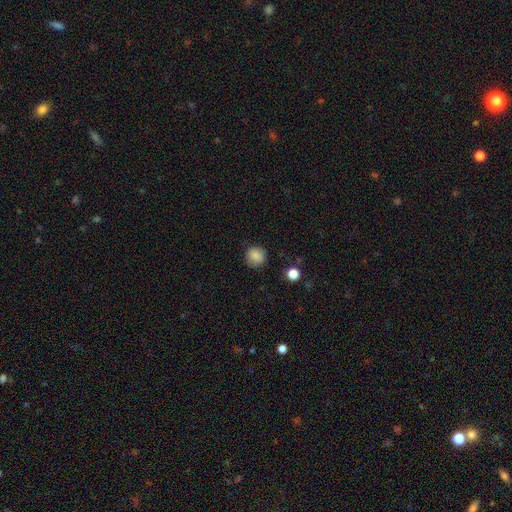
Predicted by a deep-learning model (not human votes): This is clearly a smooth galaxy (87%). How rounded: clearly round (92%). Merging: clearly none (88%).